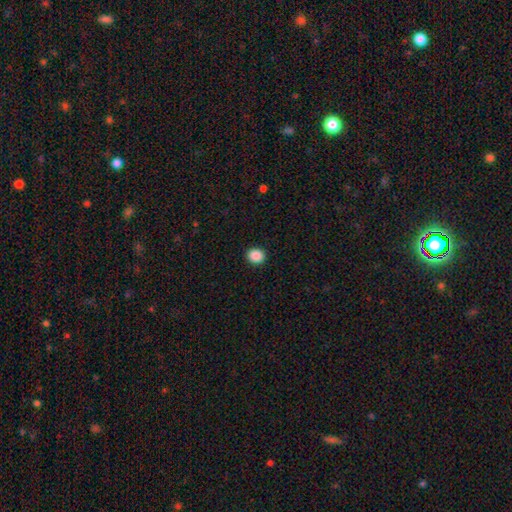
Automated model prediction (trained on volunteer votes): A smooth galaxy with no disk features (89%) that is round (80%).

Vote fractions:
- Smooth or featured? smooth: 89% / star or artifact: 9% / featured or disk: 2%
- How rounded? round: 80% / in between: 19% / cigar-shaped: 1%
- Merging? none: 93% / minor disturbance: 5% / major disturbance: 2% / merger: 1%